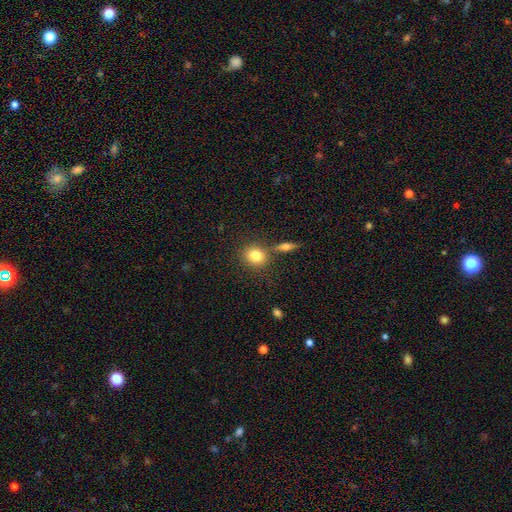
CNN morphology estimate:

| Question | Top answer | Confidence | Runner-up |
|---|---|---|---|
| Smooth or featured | smooth | 80% | featured or disk (10%) |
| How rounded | round | 76% | in between (22%) |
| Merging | none | 73% | merger (13%) |